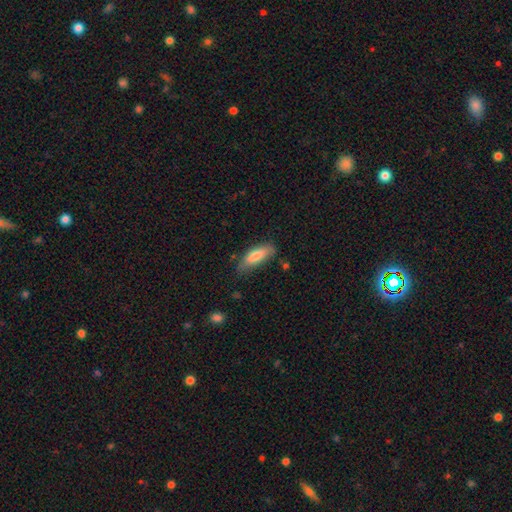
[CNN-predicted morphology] smooth_or_featured: smooth (p=0.80) [alt: featured or disk p=0.14]
how_rounded: in between (p=0.61) [alt: cigar-shaped p=0.37]
merging: none (p=0.67) [alt: minor disturbance p=0.25]